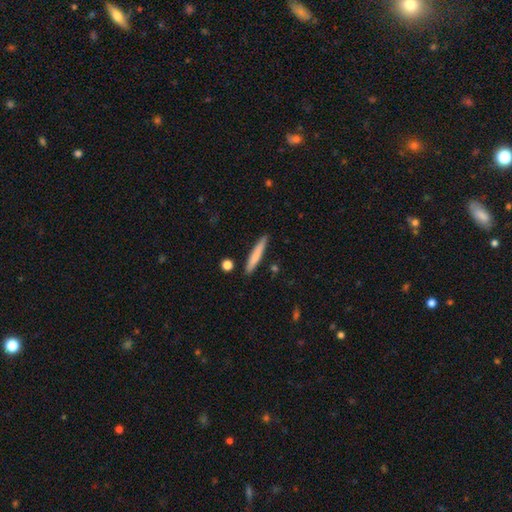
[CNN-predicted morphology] smooth-or-featured: smooth: 73% | featured or disk: 21% | star or artifact: 6%
  how-rounded: cigar-shaped: 94% | in between: 5% | round: 1%
  merging: none: 86% | minor disturbance: 10% | merger: 3% | major disturbance: 2%